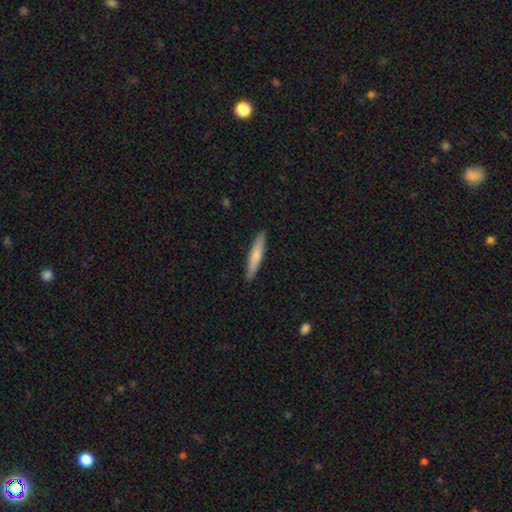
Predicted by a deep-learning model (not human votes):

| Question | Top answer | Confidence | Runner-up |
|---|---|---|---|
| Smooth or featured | smooth | 68% | featured or disk (27%) |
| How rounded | cigar-shaped | 91% | in between (8%) |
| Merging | none | 90% | minor disturbance (7%) |